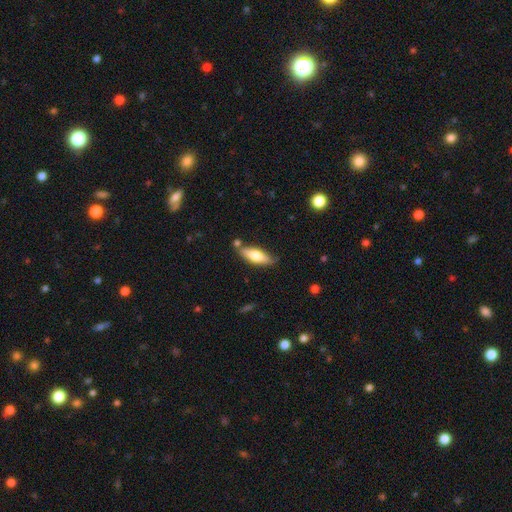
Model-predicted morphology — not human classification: Overall: smooth (65%; featured or disk 29%). How rounded: in between (55%; cigar-shaped 43%). Merging: none (75%).